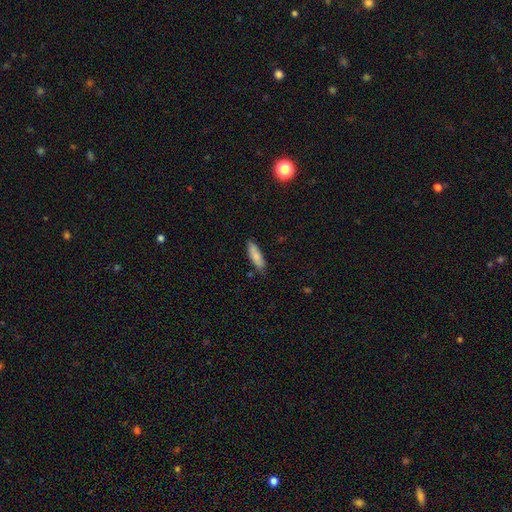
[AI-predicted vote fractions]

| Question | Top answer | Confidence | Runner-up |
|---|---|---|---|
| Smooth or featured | smooth | 83% | featured or disk (11%) |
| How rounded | cigar-shaped | 50% | in between (48%) |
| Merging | none | 83% | minor disturbance (13%) |